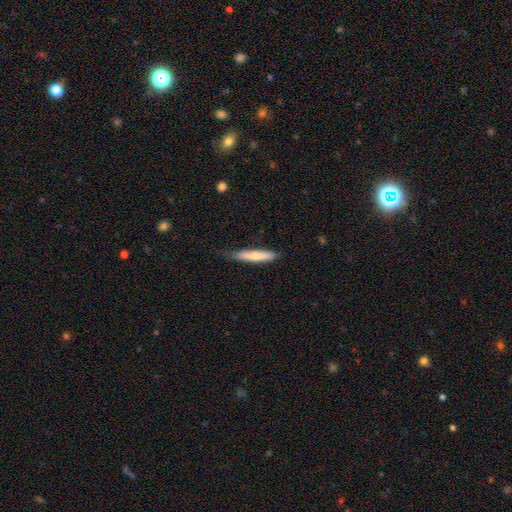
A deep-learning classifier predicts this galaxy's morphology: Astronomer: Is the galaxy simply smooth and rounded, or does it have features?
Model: smooth — 71%.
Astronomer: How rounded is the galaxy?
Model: cigar-shaped — 91%.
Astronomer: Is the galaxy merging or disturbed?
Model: none — 68%.